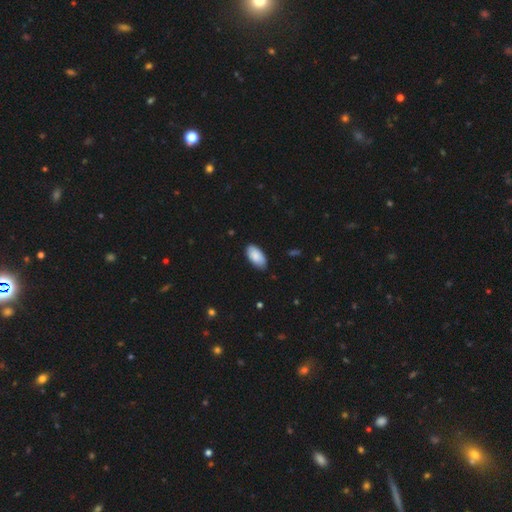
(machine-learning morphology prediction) Smooth or featured: smooth — 88% (featured or disk — 6%)
How rounded: in between — 95% (cigar-shaped — 3%)
Merging: none — 83% (minor disturbance — 14%)